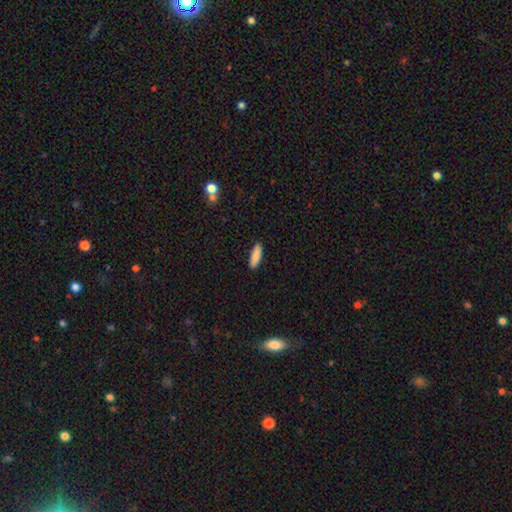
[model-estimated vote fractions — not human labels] A smooth galaxy with no disk features (88%) that is in between round and cigar-shaped (52%).

Vote fractions:
- Smooth or featured? smooth: 88% / star or artifact: 6% / featured or disk: 5%
- How rounded? in between: 52% / cigar-shaped: 46% / round: 2%
- Merging? none: 89% / minor disturbance: 8% / major disturbance: 2% / merger: 1%